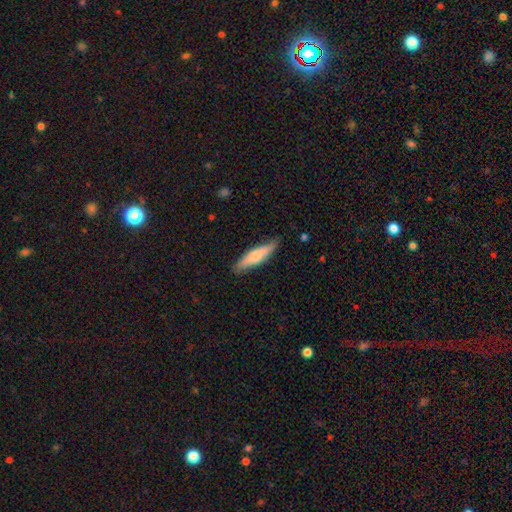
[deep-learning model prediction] Q: Smooth or featured?
A: smooth (64%); runner-up: featured or disk (30%)
Q: How rounded?
A: cigar-shaped (73%); runner-up: in between (25%)
Q: Merging?
A: none (82%); runner-up: minor disturbance (15%)